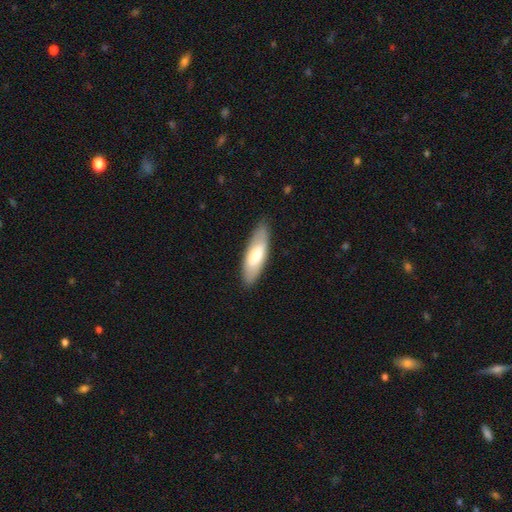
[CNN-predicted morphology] smooth_or_featured: smooth (p=0.70) [alt: featured or disk p=0.25]
how_rounded: in between (p=0.56) [alt: cigar-shaped p=0.42]
merging: none (p=0.85) [alt: minor disturbance p=0.11]